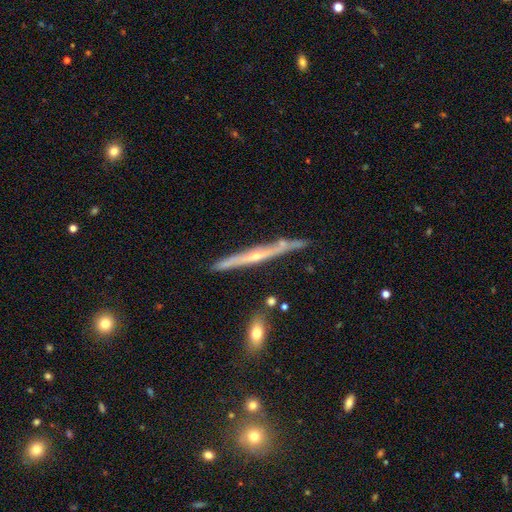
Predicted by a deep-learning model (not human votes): Overall: featured or disk (74%). Edge-on disk: yes (95%). Edge-on bulge: rounded (66%; none 31%). Merging: none (76%).